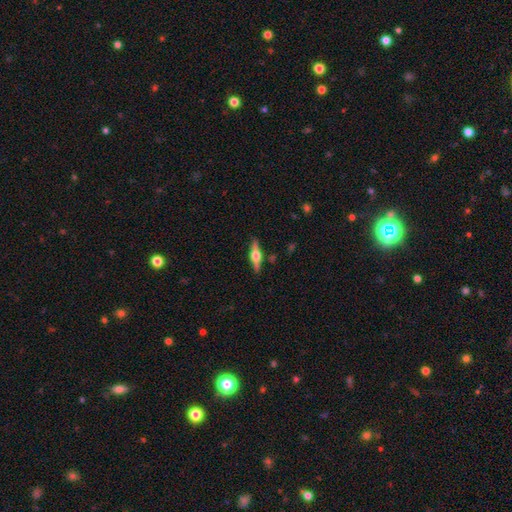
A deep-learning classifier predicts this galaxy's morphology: This is likely a featured or disk galaxy (74%). It is clearly viewed edge-on (97%). Edge-on bulge: clearly rounded (95%). Merging: clearly none (89%).